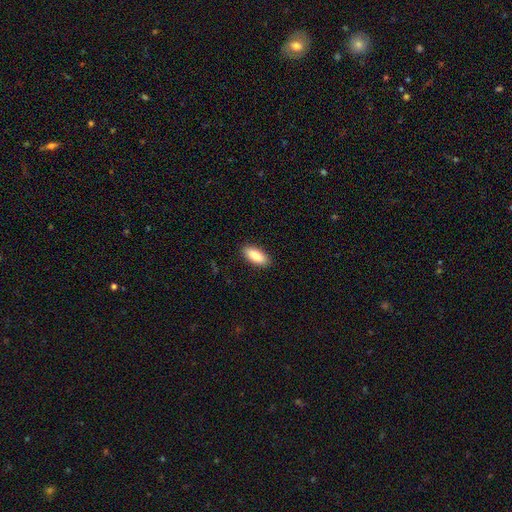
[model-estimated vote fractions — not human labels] Smooth or featured: smooth — 87% (featured or disk — 6%)
How rounded: in between — 80% (cigar-shaped — 18%)
Merging: none — 89% (minor disturbance — 8%)